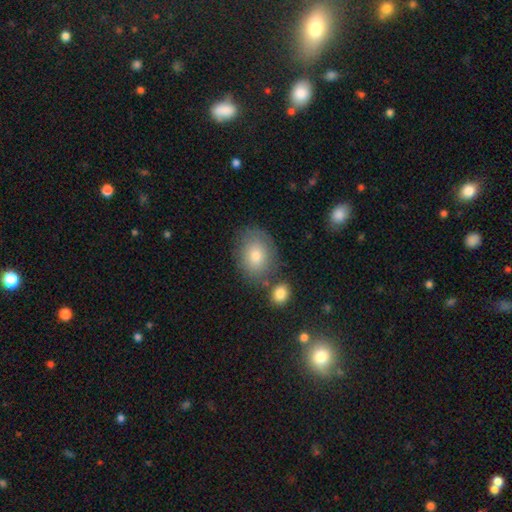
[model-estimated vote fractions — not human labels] smooth-or-featured: smooth: 76% | featured or disk: 15% | star or artifact: 9%
  how-rounded: in between: 63% | round: 36% | cigar-shaped: 1%
  merging: none: 70% | minor disturbance: 16% | merger: 9% | major disturbance: 5%